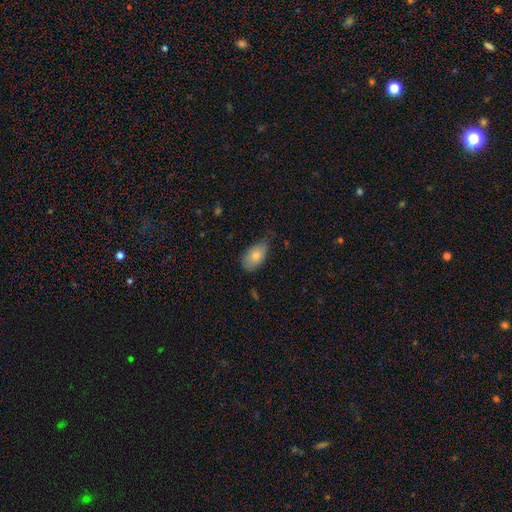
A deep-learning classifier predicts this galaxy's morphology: Smooth or featured? Predicted: smooth (p=0.80). How rounded? Predicted: in between (p=0.91). Merging? Predicted: none (p=0.58).